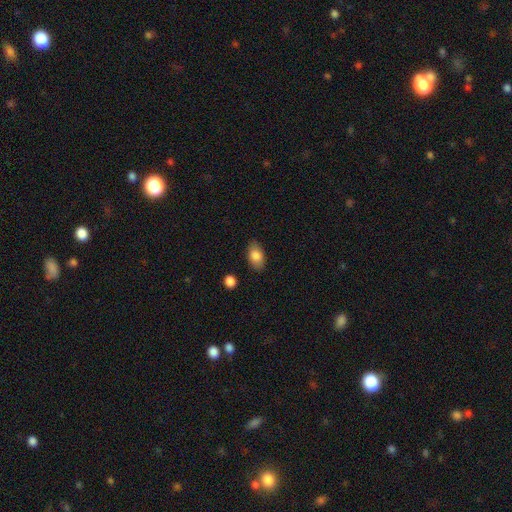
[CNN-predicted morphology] Smooth or featured? Predicted: smooth (p=0.84). How rounded? Predicted: in between (p=0.91). Merging? Predicted: none (p=0.83).